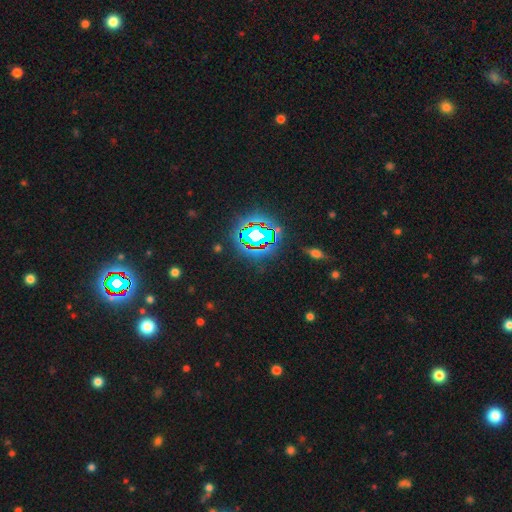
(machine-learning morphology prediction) A star or artifact, not a galaxy (83%).